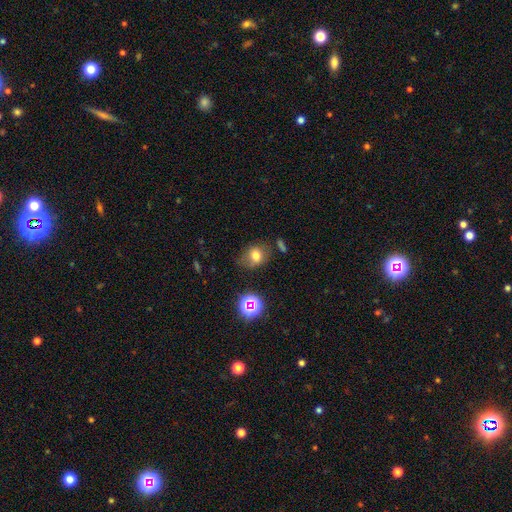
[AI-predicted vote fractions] Morphology: type=smooth (71%); roundness=round (56%); merging=none (63%).